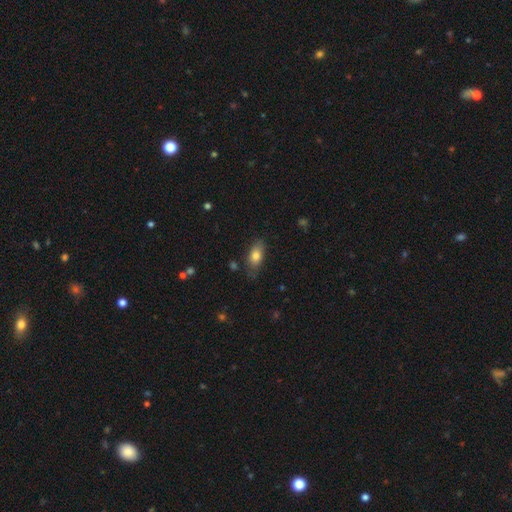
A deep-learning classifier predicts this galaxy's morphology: type=smooth (80%); roundness=in between (86%); merging=none (74%).